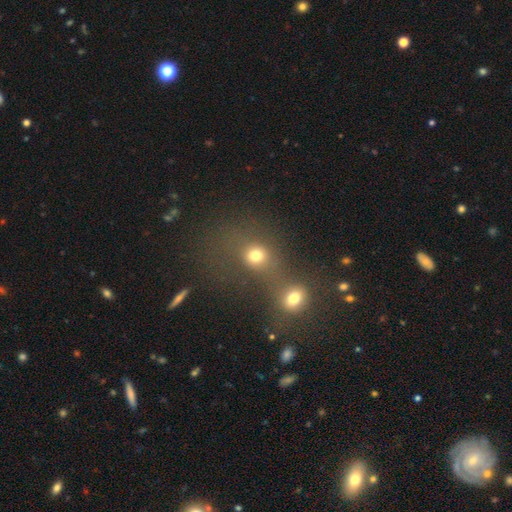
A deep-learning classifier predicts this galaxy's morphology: This appears to be a smooth galaxy with no disk features (74%) that is round (71%). Merging: merger (51%).